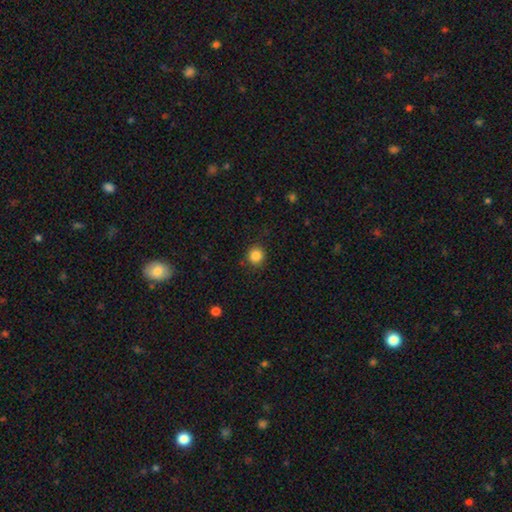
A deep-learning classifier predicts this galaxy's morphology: This appears to be a smooth galaxy with no disk features (85%) that is round (91%). Merging: none (89%).